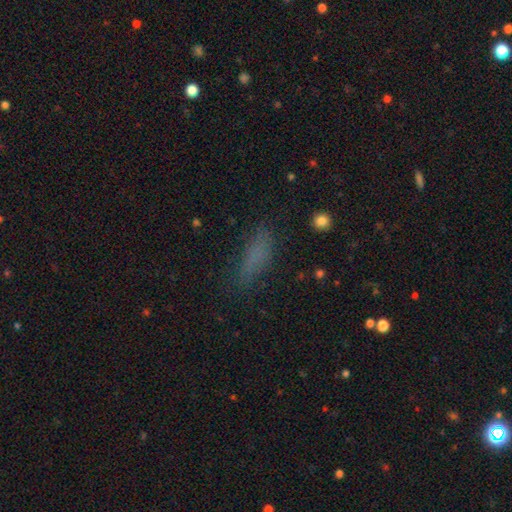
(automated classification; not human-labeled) smooth_or_featured: smooth (p=0.73) [alt: star or artifact p=0.16]
how_rounded: cigar-shaped (p=0.50) [alt: in between p=0.47]
merging: none (p=0.71) [alt: minor disturbance p=0.18]